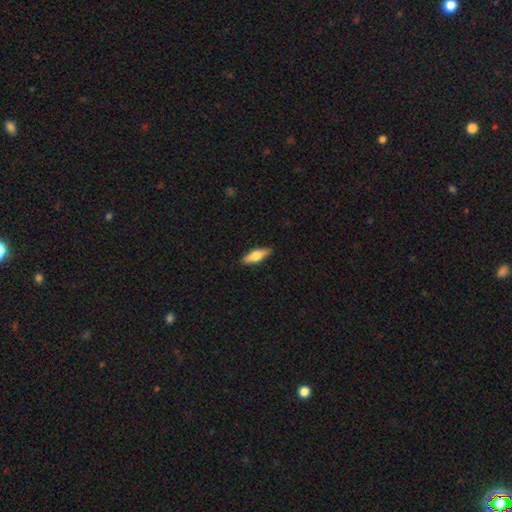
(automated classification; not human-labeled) A smooth galaxy with no disk features (61%) that is in between round and cigar-shaped (54%).

Vote fractions:
- Smooth or featured? smooth: 61% / featured or disk: 34% / star or artifact: 6%
- How rounded? in between: 54% / cigar-shaped: 43% / round: 3%
- Merging? none: 89% / minor disturbance: 8% / major disturbance: 2% / merger: 1%